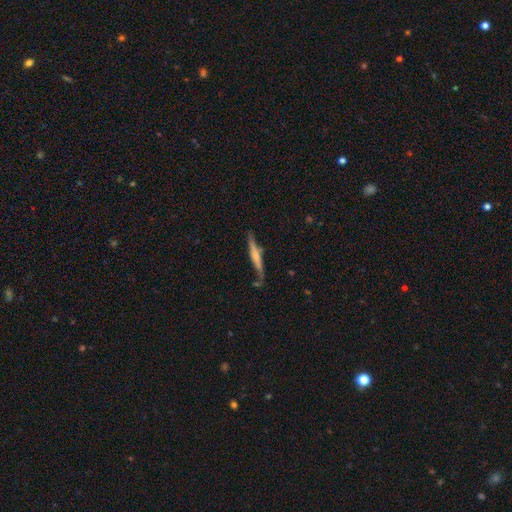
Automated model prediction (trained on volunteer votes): This is possibly a featured or disk galaxy (57%). It is clearly viewed edge-on (94%). Edge-on bulge: likely rounded (65%). Merging: likely none (73%).